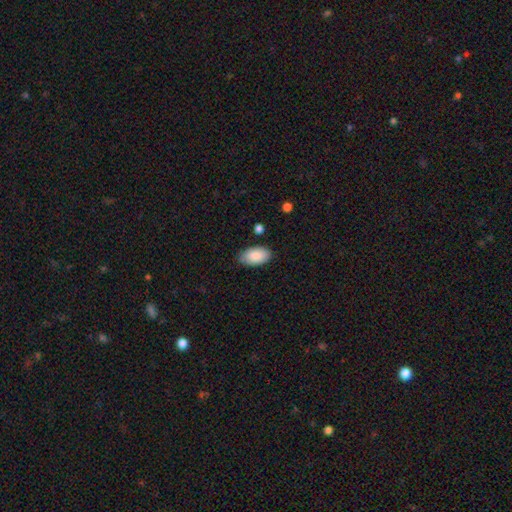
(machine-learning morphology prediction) A smooth galaxy with no disk features (88%) that is in between round and cigar-shaped (95%).

Vote fractions:
- Smooth or featured? smooth: 88% / star or artifact: 6% / featured or disk: 6%
- How rounded? in between: 95% / round: 3% / cigar-shaped: 2%
- Merging? none: 84% / minor disturbance: 12% / major disturbance: 2% / merger: 2%